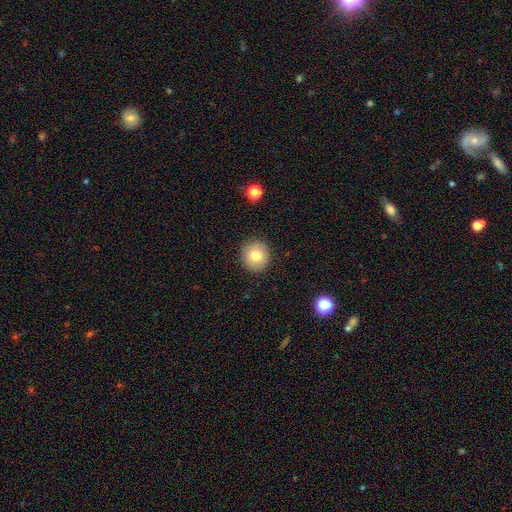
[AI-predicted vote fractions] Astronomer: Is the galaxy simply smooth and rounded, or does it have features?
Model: smooth — 77%.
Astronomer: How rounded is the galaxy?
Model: round — 91%.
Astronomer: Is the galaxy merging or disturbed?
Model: none — 90%.